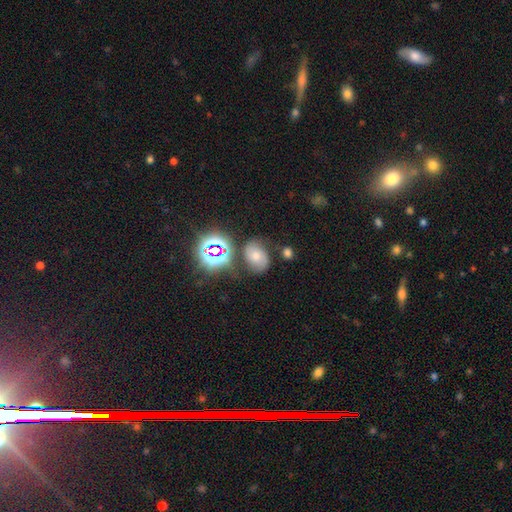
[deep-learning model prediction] The model was most divided on "smooth or featured": smooth: 40%, featured or disk: 36%, star or artifact: 24%. More confident: merging — none (64%).